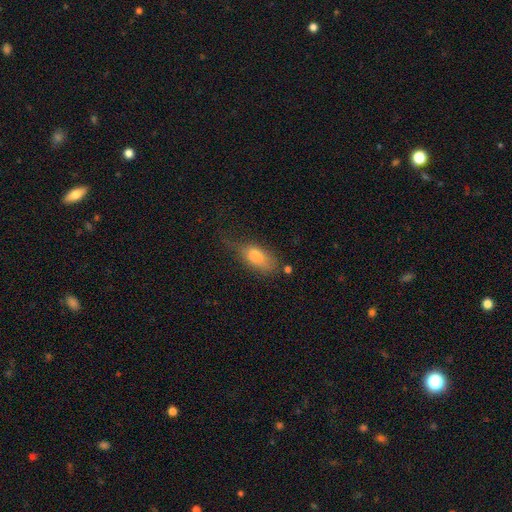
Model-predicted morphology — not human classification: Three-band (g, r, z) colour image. It shows a smooth galaxy with no disk features (75%) that is in between round and cigar-shaped (83%). Merging: none (39%).